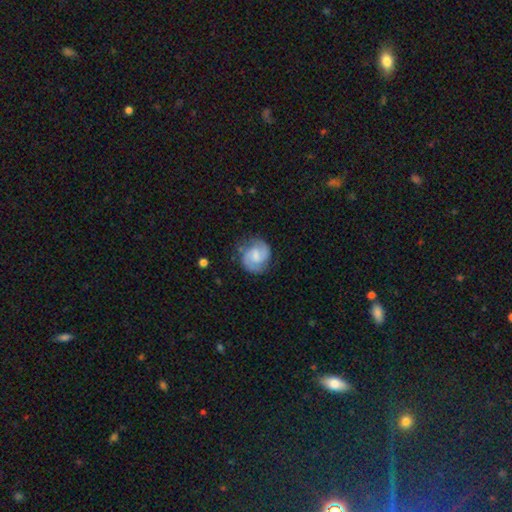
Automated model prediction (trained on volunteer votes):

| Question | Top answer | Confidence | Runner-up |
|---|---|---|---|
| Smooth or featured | featured or disk | 70% | smooth (24%) |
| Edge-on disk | no | 98% | yes (2%) |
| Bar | weak | 54% | no (34%) |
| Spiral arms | yes | 94% | no (6%) |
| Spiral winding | medium | 49% | tight (33%) |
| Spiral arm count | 2 | 86% | can't tell (7%) |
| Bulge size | small | 38% | moderate (34%) |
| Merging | none | 73% | minor disturbance (19%) |